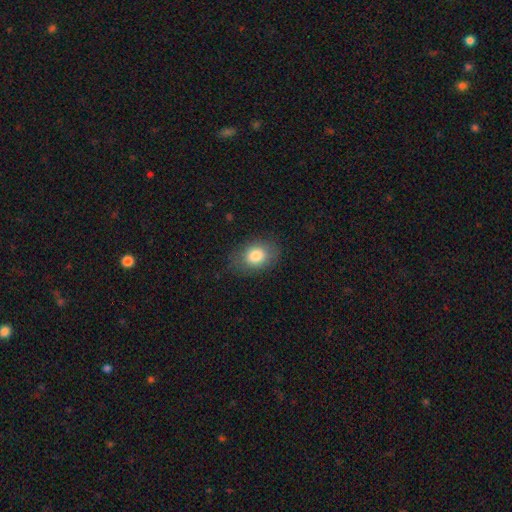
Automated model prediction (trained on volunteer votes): Smooth or featured?
  - smooth: 83% *
  - featured or disk: 9%
  - star or artifact: 8%
How rounded?
  - in between: 71% *
  - round: 27%
  - cigar-shaped: 1%
Merging?
  - none: 78% *
  - minor disturbance: 16%
  - major disturbance: 5%
  - merger: 1%